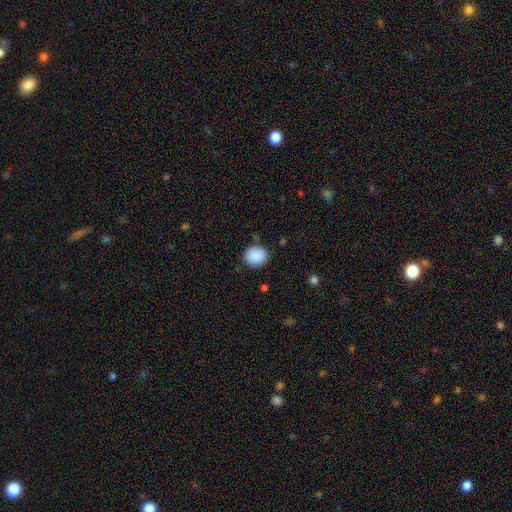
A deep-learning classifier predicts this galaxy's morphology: Q: Smooth or featured?
A: smooth (89%); runner-up: star or artifact (8%)
Q: How rounded?
A: round (74%); runner-up: in between (25%)
Q: Merging?
A: none (85%); runner-up: minor disturbance (10%)